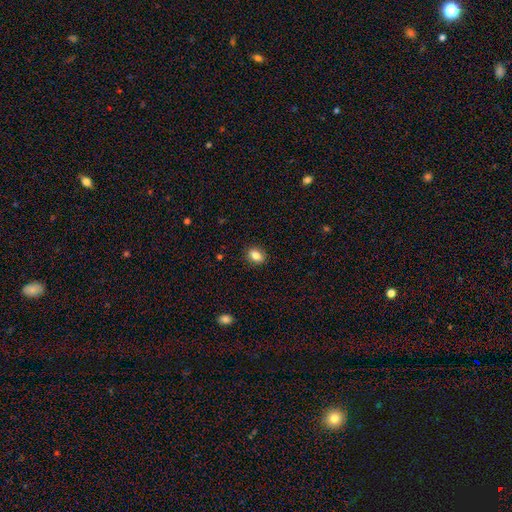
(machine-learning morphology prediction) smooth_or_featured: smooth (p=0.84) [alt: star or artifact p=0.09]
how_rounded: in between (p=0.69) [alt: round p=0.30]
merging: none (p=0.88) [alt: minor disturbance p=0.09]